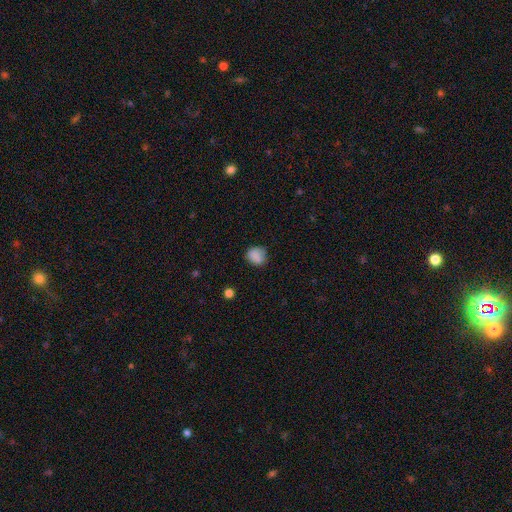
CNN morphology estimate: This is clearly a smooth galaxy (85%). How rounded: likely round (72%). Merging: likely none (75%).